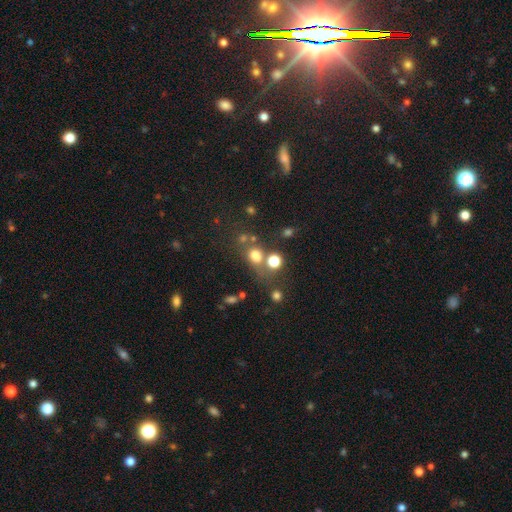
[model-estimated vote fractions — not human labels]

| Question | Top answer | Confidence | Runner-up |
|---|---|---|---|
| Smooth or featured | smooth | 70% | star or artifact (20%) |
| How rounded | round | 69% | in between (29%) |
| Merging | none | 55% | merger (24%) |